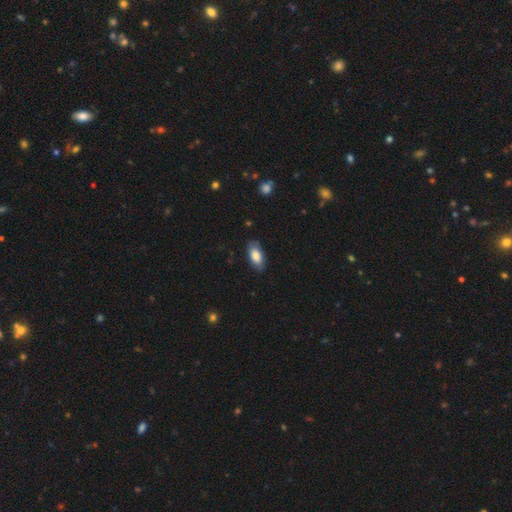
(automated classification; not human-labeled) smooth_or_featured: smooth (p=0.81) [alt: featured or disk p=0.13]
how_rounded: in between (p=0.89) [alt: cigar-shaped p=0.09]
merging: none (p=0.81) [alt: minor disturbance p=0.15]